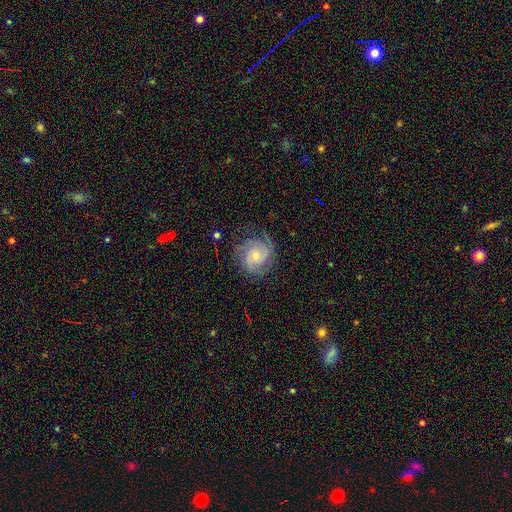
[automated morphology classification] Overall: featured or disk (73%). Edge-on disk: no (97%). Bar: no (74%). Spiral arms: yes (93%). Spiral arm count: can't tell (29%; 3 27%). Spiral winding: tight (56%; medium 33%). Bulge size: small (49%; moderate 46%). Merging: none (73%).